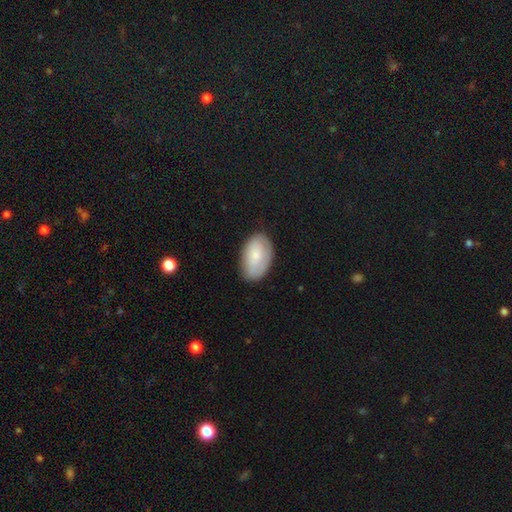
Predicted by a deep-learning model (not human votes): The model was most divided on "merging": none: 77%, minor disturbance: 18%, major disturbance: 4%, merger: 1%. More confident: how rounded — in between (93%); smooth or featured — smooth (77%).